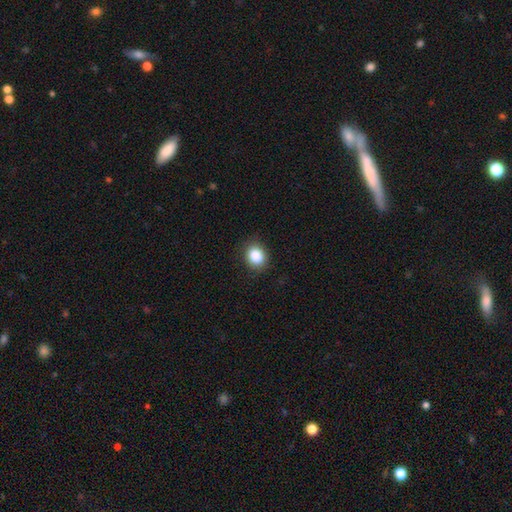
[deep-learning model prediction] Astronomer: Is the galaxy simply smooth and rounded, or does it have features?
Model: smooth — 87%.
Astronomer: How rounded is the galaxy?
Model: round — 61% (runner-up: in between, 38%).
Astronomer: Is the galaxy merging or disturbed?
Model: none — 86%.